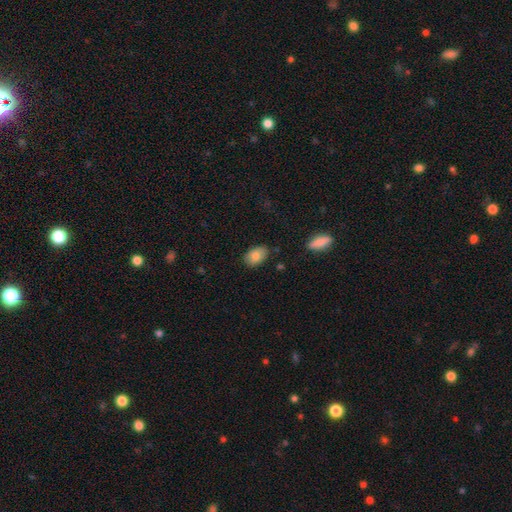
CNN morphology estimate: A smooth galaxy with no disk features (82%) that is in between round and cigar-shaped (88%). Merging: none (79%).